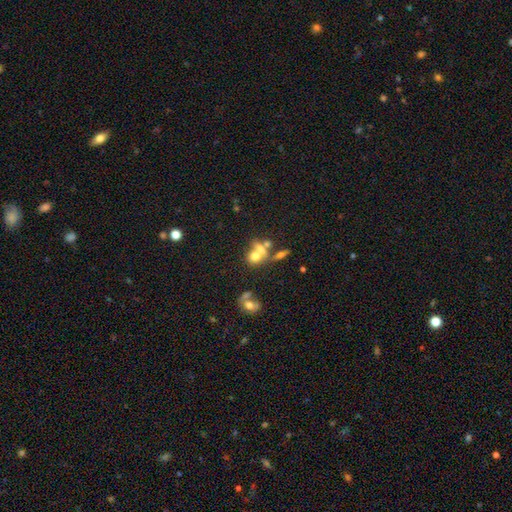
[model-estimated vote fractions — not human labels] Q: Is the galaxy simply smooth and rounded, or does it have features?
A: smooth — 64%.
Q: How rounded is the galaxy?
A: round — 61%.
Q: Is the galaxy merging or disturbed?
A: merger — 50%.